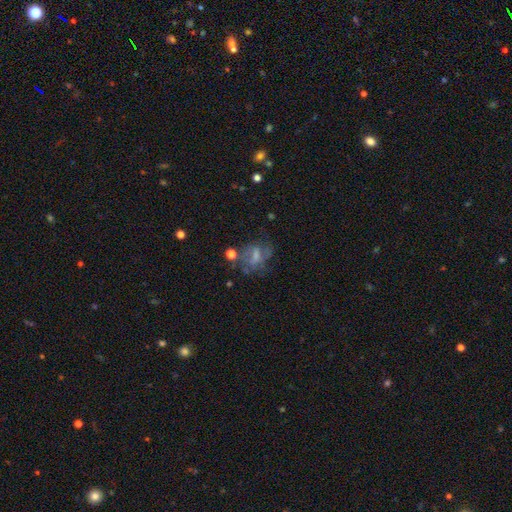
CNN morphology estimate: Smooth or featured? Predicted: featured or disk (p=0.48). Merging? Predicted: none (p=0.53).